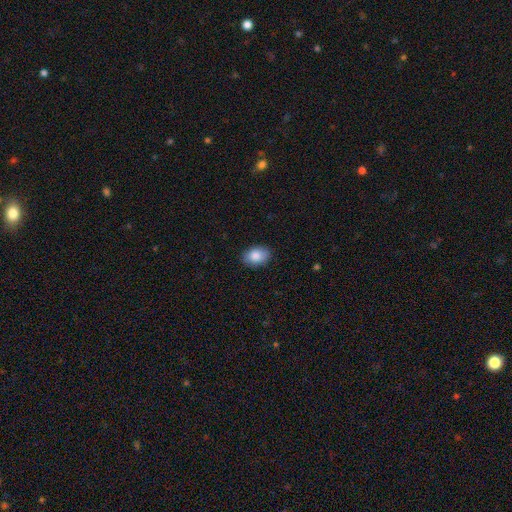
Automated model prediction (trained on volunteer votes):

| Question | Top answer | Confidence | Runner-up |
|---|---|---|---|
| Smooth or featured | smooth | 87% | star or artifact (7%) |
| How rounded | in between | 82% | round (17%) |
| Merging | none | 87% | minor disturbance (10%) |